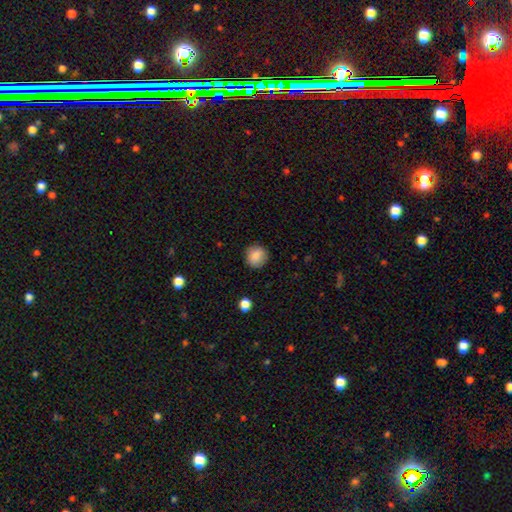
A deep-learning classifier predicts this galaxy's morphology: The model was most divided on "how rounded": round: 86%, in between: 13%, cigar-shaped: 1%. More confident: merging — none (85%); smooth or featured — smooth (85%).